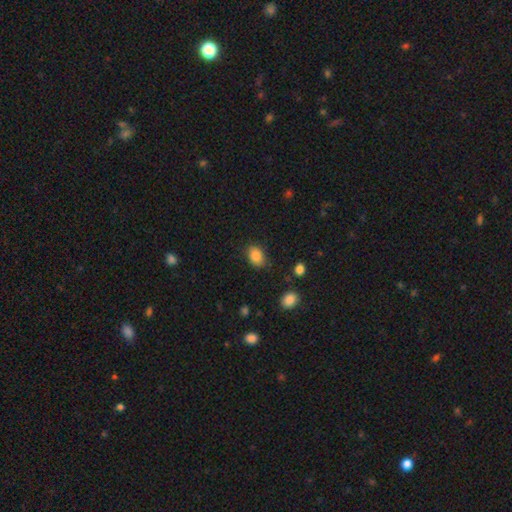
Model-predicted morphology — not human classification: type=smooth (85%); roundness=in between (78%); merging=none (80%).